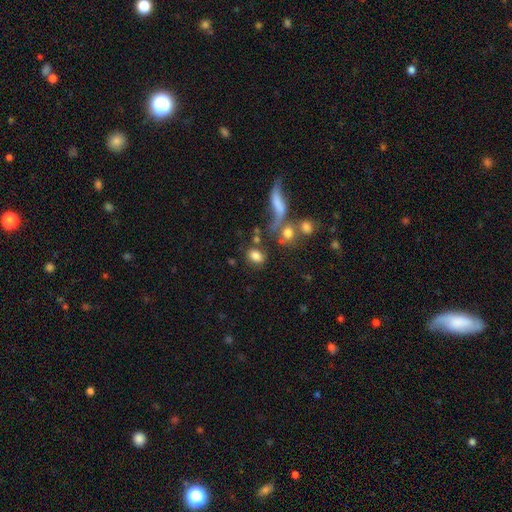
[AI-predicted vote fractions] A smooth galaxy with no disk features (78%) that is in between round and cigar-shaped (70%).

Vote fractions:
- Smooth or featured? smooth: 78% / featured or disk: 11% / star or artifact: 11%
- How rounded? in between: 70% / round: 26% / cigar-shaped: 3%
- Merging? none: 61% / merger: 17% / minor disturbance: 14% / major disturbance: 9%